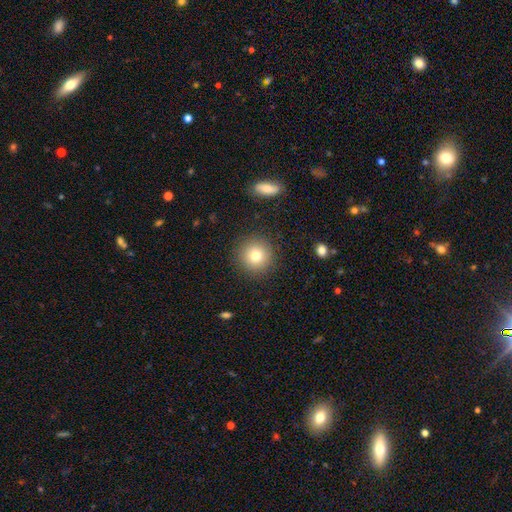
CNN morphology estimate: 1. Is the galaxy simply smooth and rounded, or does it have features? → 78% smooth, 12% star or artifact, 11% featured or disk.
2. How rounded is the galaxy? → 94% round, 5% in between, 1% cigar-shaped.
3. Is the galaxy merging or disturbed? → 90% none, 6% minor disturbance, 3% major disturbance, 1% merger.